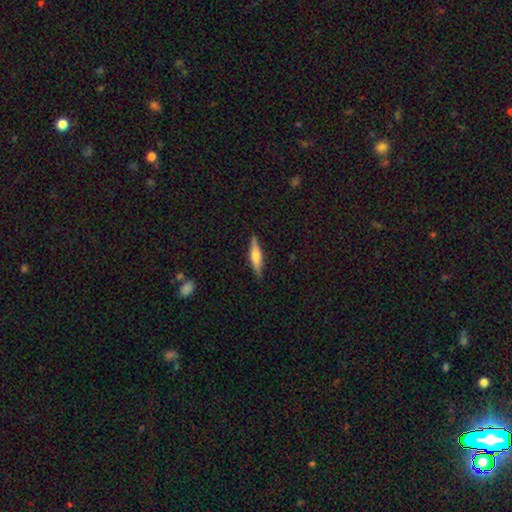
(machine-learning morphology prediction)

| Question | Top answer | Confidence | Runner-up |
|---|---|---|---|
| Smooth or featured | smooth | 51% | featured or disk (43%) |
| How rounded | cigar-shaped | 79% | in between (19%) |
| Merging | none | 87% | minor disturbance (10%) |